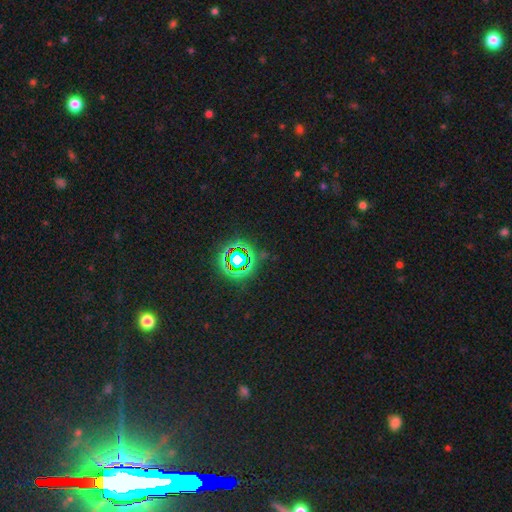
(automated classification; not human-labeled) The model was most divided on "smooth or featured": star or artifact: 75%, smooth: 15%, featured or disk: 10%.